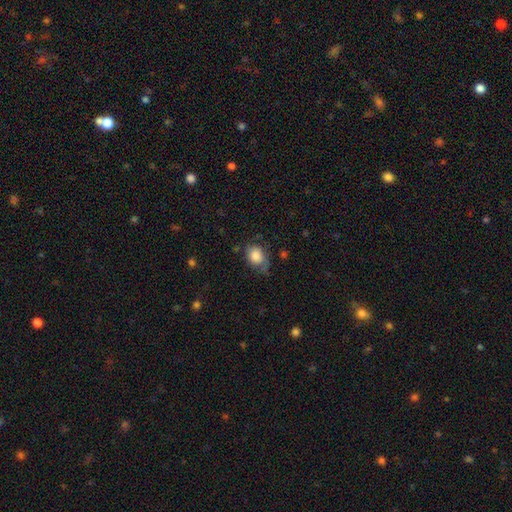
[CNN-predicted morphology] type=smooth (80%); roundness=in between (57%); merging=none (54%).